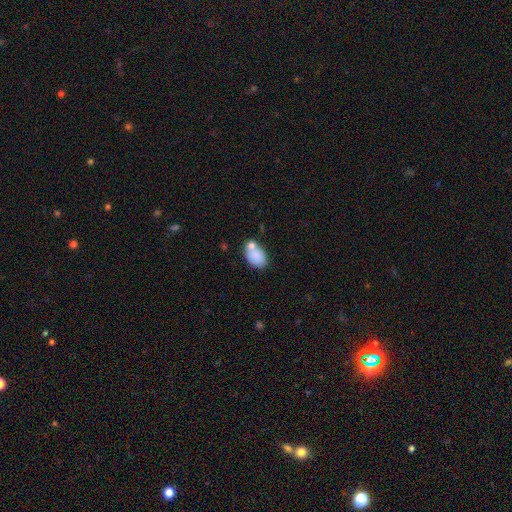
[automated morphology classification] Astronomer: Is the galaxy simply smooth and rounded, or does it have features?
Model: smooth — 82%.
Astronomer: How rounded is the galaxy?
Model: in between — 82%.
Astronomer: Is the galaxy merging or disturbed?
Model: none — 53%.